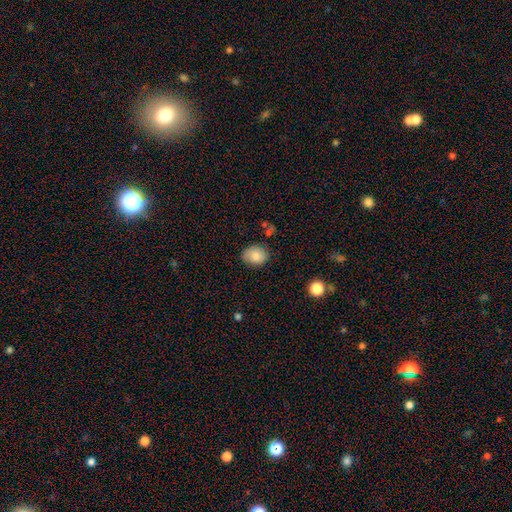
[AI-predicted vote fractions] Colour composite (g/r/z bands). It shows a smooth galaxy with no disk features (81%) that is in between round and cigar-shaped (57%). Merging: none (71%).